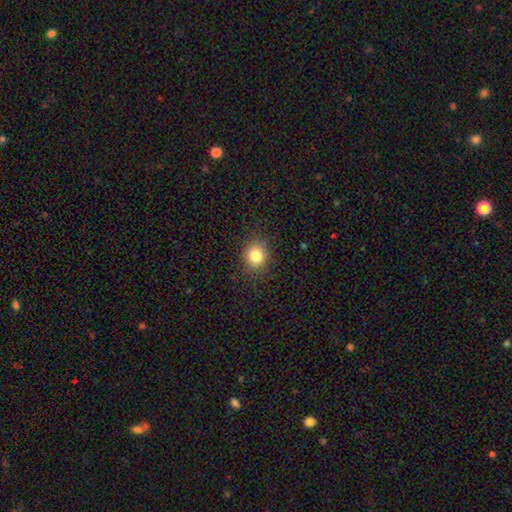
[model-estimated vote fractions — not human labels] This is clearly a smooth galaxy (80%). How rounded: clearly round (80%). Merging: clearly none (88%).